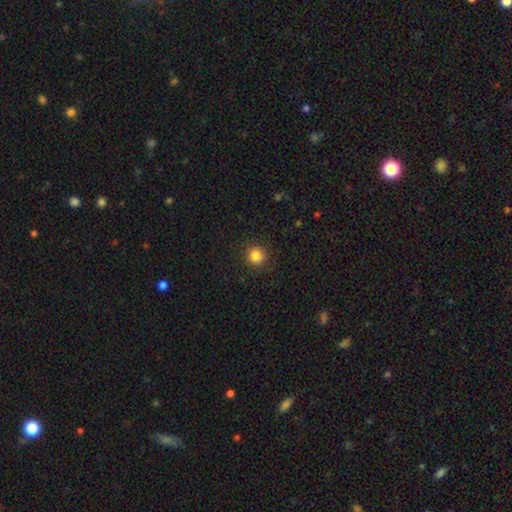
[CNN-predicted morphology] smooth_or_featured: smooth (p=0.83) [alt: star or artifact p=0.11]
how_rounded: round (p=0.93) [alt: in between p=0.06]
merging: none (p=0.89) [alt: minor disturbance p=0.07]